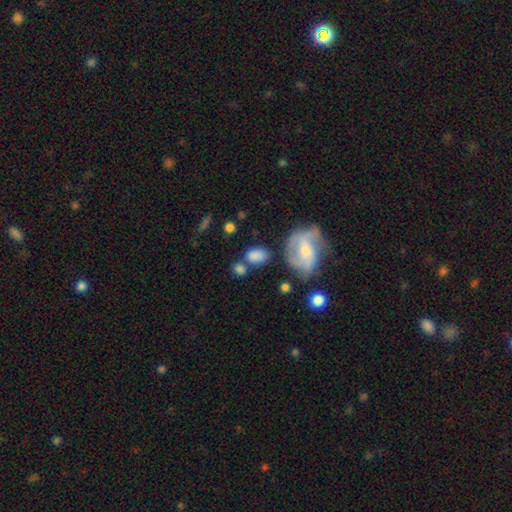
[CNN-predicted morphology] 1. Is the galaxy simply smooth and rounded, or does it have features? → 77% smooth, 15% featured or disk, 8% star or artifact.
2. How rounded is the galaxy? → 78% in between, 20% round, 2% cigar-shaped.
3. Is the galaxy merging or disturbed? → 58% none, 19% minor disturbance, 15% merger, 9% major disturbance.